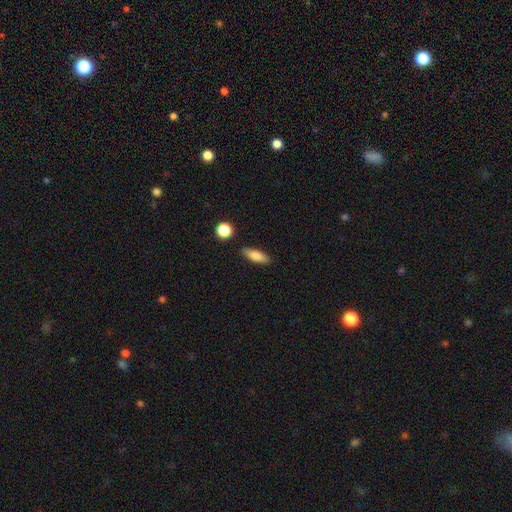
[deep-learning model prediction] Morphology: type=smooth (80%); roundness=in between (55%); merging=none (85%).